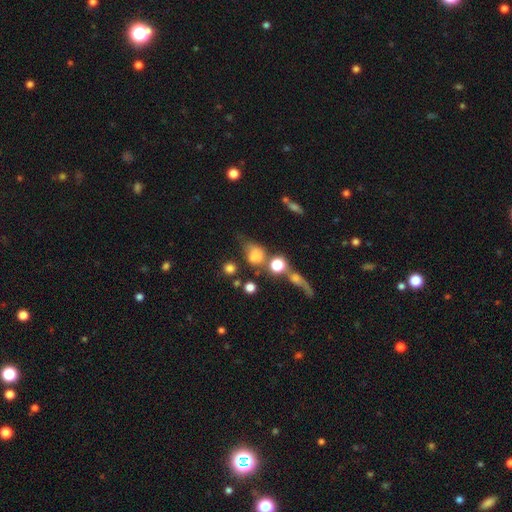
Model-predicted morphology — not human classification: This appears to be a smooth galaxy with no disk features (71%) that is round (61%). Merging: none (33%).